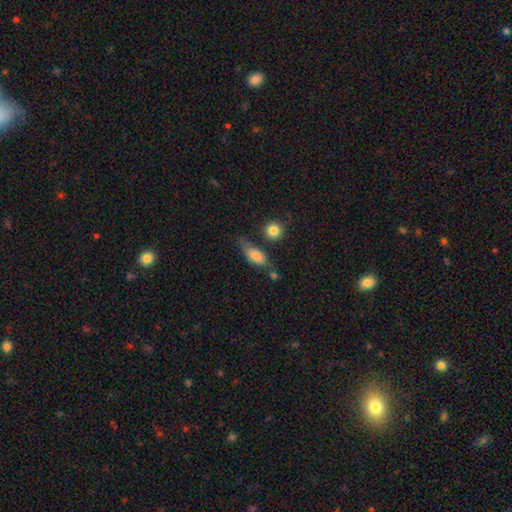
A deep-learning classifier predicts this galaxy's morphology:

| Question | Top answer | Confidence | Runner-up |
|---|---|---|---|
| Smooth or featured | smooth | 77% | featured or disk (16%) |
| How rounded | in between | 76% | cigar-shaped (18%) |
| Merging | none | 48% | minor disturbance (29%) |